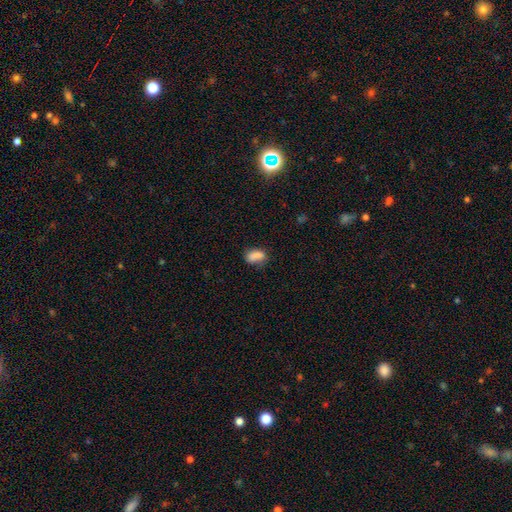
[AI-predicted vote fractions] Overall: smooth (83%). How rounded: in between (84%). Merging: none (55%; minor disturbance 28%).